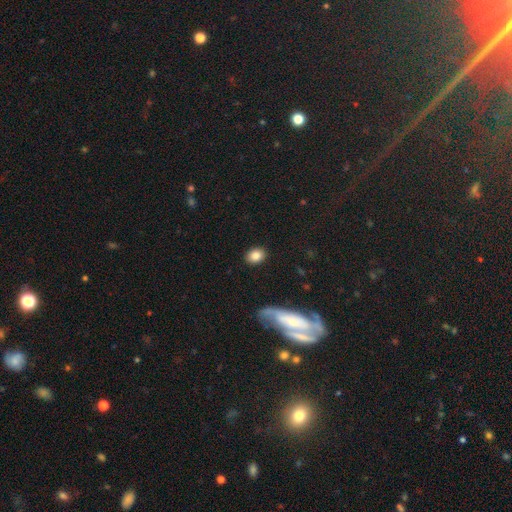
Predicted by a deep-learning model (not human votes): Smooth or featured? Predicted: smooth (p=0.83). How rounded? Predicted: in between (p=0.61). Merging? Predicted: none (p=0.88).